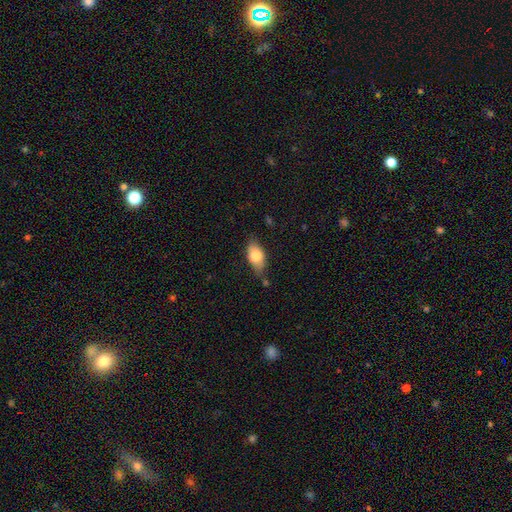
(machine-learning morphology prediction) Smooth or featured? Predicted: smooth (p=0.78). How rounded? Predicted: in between (p=0.89). Merging? Predicted: none (p=0.65).